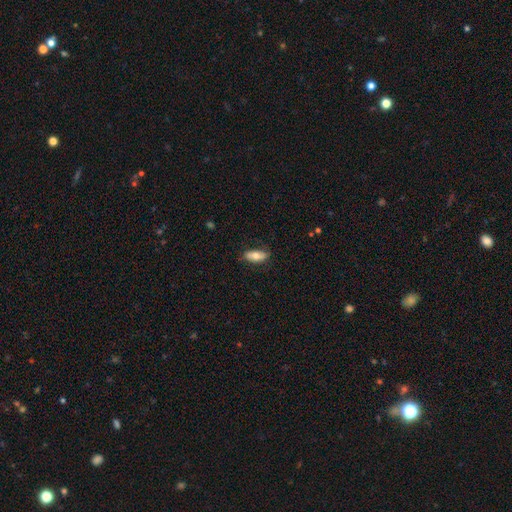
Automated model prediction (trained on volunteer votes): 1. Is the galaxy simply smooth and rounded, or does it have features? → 70% smooth, 23% featured or disk, 6% star or artifact.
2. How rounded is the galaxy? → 80% in between, 17% cigar-shaped, 3% round.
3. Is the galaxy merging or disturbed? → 79% none, 17% minor disturbance, 3% major disturbance, 1% merger.